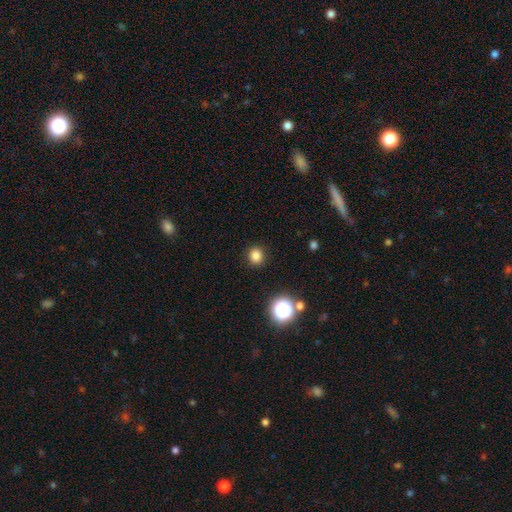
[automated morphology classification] A smooth galaxy with no disk features (81%) that is round (90%). Merging: none (91%).